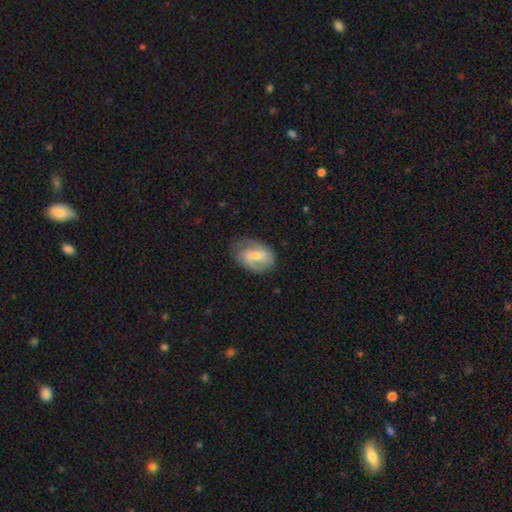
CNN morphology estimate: smooth_or_featured: featured or disk (p=0.62) [alt: smooth p=0.32]
disk_edge_on: no (p=0.96) [alt: yes p=0.04]
bar: weak (p=0.48) [alt: strong p=0.29]
has_spiral_arms: yes (p=0.82) [alt: no p=0.18]
bulge_size: small (p=0.51) [alt: moderate p=0.41]
merging: none (p=0.67) [alt: minor disturbance p=0.23]